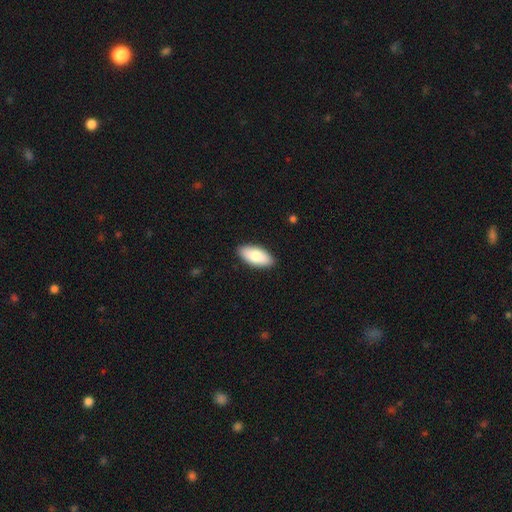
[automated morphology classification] A smooth galaxy with no disk features (81%) that is in between round and cigar-shaped (90%). Merging: none (90%).